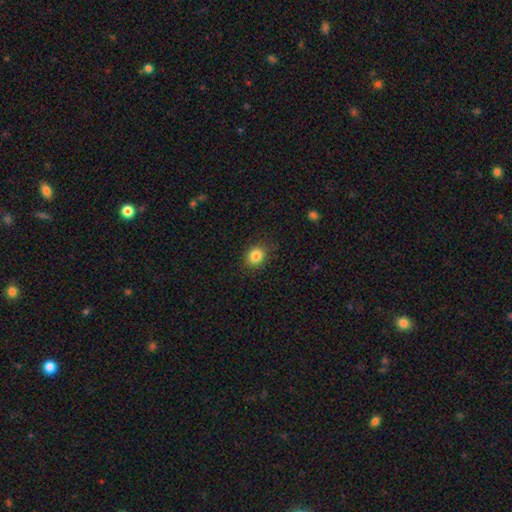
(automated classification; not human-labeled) Smooth or featured? Predicted: smooth (p=0.85). How rounded? Predicted: round (p=0.55). Merging? Predicted: none (p=0.86).